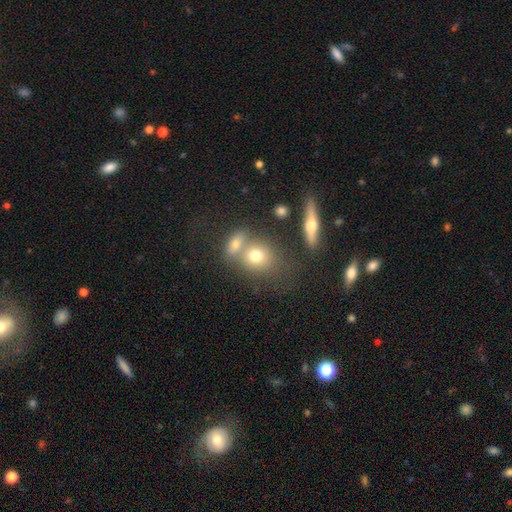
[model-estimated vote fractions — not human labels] Smooth or featured: smooth — 72% (featured or disk — 17%)
How rounded: round — 59% (in between — 38%)
Merging: none — 45% (merger — 40%)